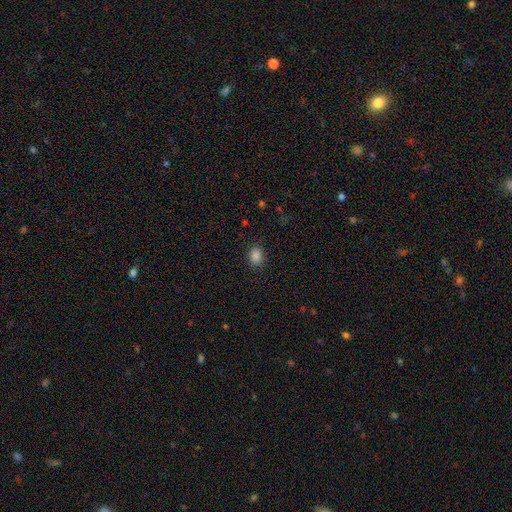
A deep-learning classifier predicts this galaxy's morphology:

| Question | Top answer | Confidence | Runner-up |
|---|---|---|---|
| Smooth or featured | smooth | 86% | star or artifact (11%) |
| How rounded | in between | 58% | round (41%) |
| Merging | none | 86% | minor disturbance (10%) |